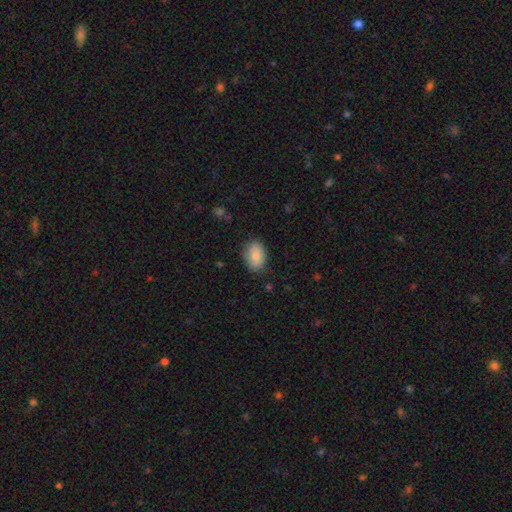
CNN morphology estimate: Overall: smooth (85%). How rounded: in between (88%). Merging: none (83%).